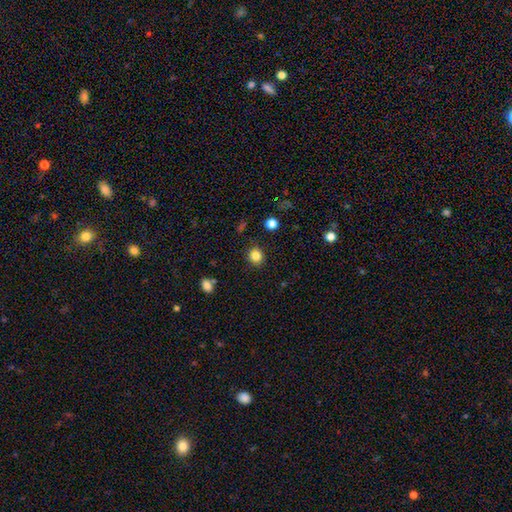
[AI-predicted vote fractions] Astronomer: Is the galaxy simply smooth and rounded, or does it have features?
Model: smooth — 83%.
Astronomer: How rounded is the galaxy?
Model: round — 78%.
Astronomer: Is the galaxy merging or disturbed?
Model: none — 88%.